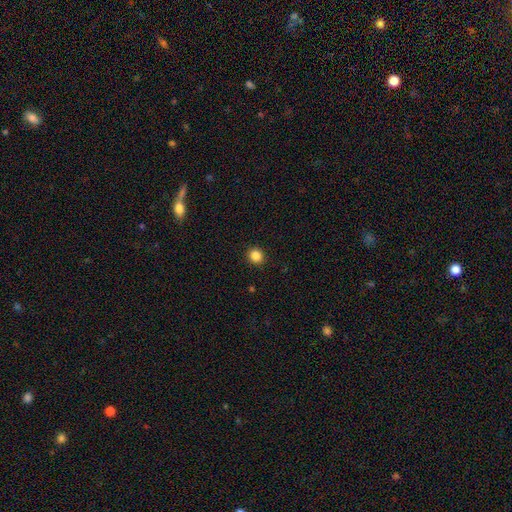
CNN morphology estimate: smooth 85%, star or artifact 11%, featured or disk 4%. Down the decision tree: how rounded — round (88%); merging — none (92%).